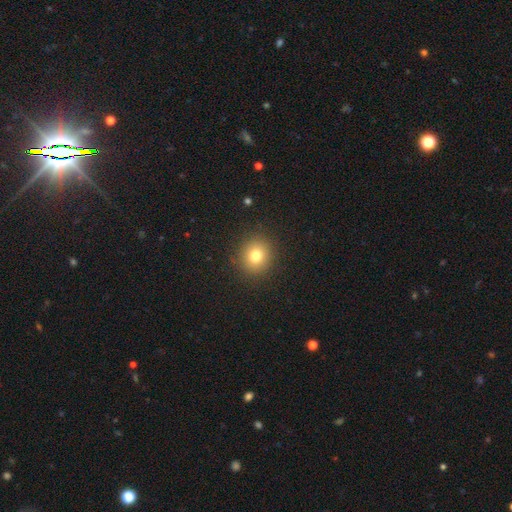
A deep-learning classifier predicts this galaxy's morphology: A smooth galaxy with no disk features (78%) that is round (84%). Merging: none (89%).